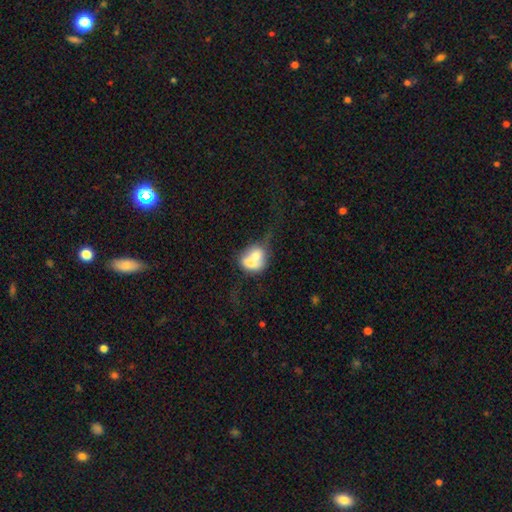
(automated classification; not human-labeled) Smooth or featured? smooth (63%)
How rounded? round (53%)
Merging? merger (67%)